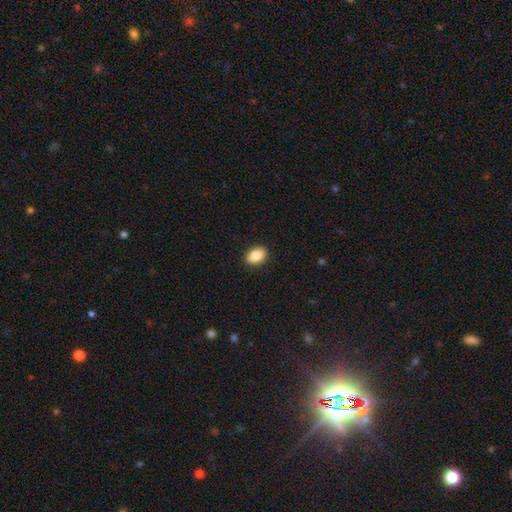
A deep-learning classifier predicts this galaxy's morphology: smooth-or-featured: smooth: 86% | star or artifact: 8% | featured or disk: 7%
  how-rounded: in between: 85% | round: 13% | cigar-shaped: 2%
  merging: none: 90% | minor disturbance: 7% | major disturbance: 2% | merger: 1%